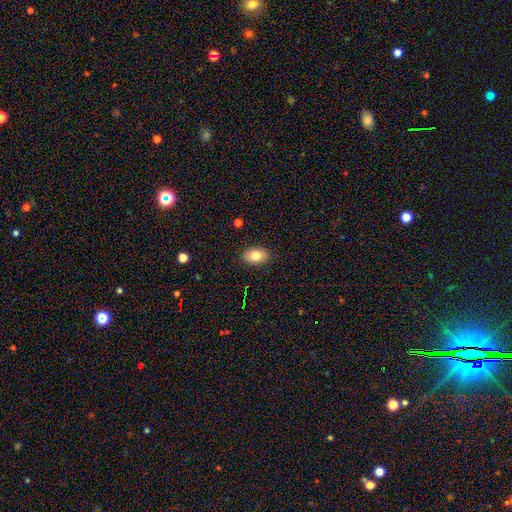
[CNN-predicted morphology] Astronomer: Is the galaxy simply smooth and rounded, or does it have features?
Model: smooth — 80%.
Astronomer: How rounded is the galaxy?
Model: in between — 89%.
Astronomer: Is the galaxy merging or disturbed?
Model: none — 88%.